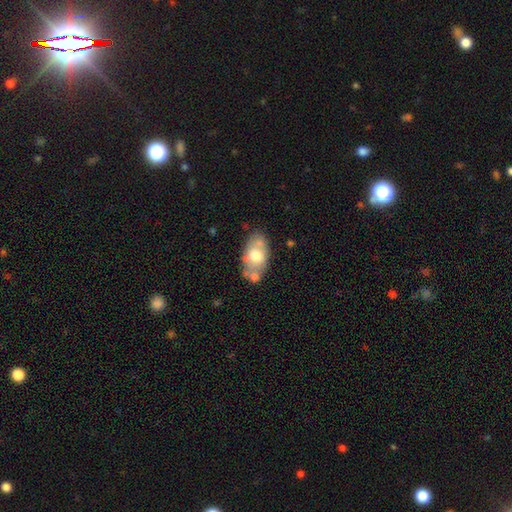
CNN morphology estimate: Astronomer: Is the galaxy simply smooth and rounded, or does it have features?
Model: smooth — 57% (runner-up: featured or disk, 36%).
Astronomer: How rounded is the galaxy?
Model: in between — 91%.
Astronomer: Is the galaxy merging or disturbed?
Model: none — 55%.